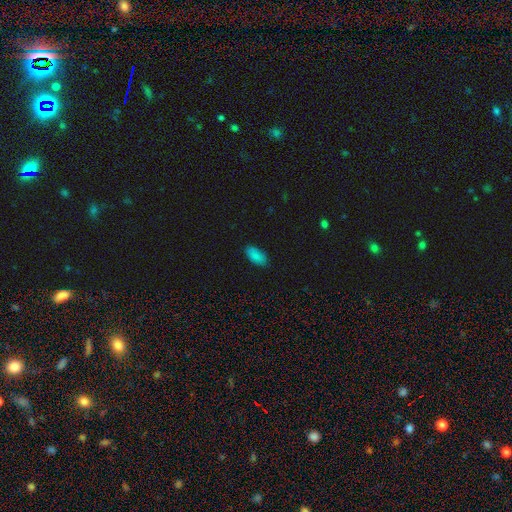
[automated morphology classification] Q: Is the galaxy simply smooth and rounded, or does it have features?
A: smooth — 86%.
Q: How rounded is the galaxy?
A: in between — 92%.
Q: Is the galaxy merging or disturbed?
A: none — 85%.